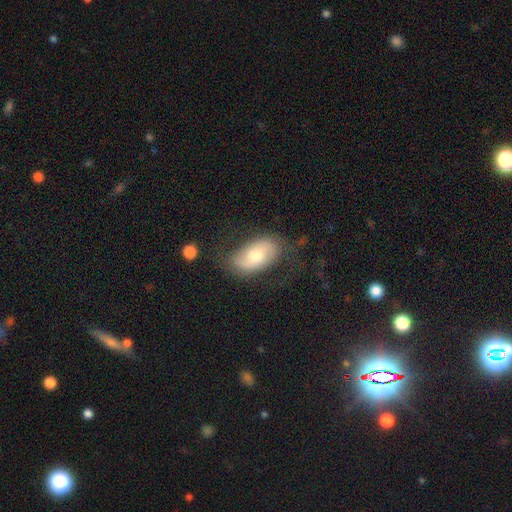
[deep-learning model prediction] This is possibly a smooth galaxy (56%). How rounded: clearly in between (92%). Merging: likely none (65%).